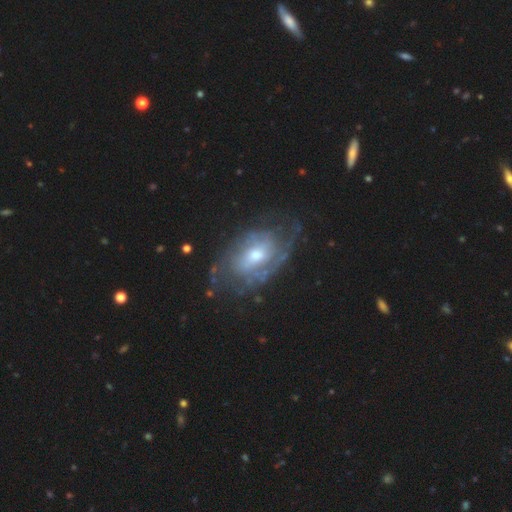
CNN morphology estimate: Overall: featured or disk (80%). Edge-on disk: no (95%). Bar: no (55%; weak 36%). Spiral arms: yes (84%). Spiral arm count: can't tell (40%; 2 35%). Spiral winding: tight (50%; medium 35%). Bulge size: moderate (57%; small 35%). Merging: none (61%; minor disturbance 22%).